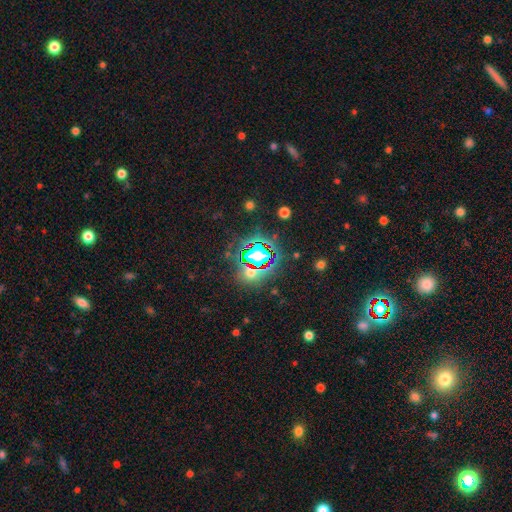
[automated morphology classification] Smooth or featured?
  - star or artifact: 67% *
  - smooth: 22%
  - featured or disk: 11%